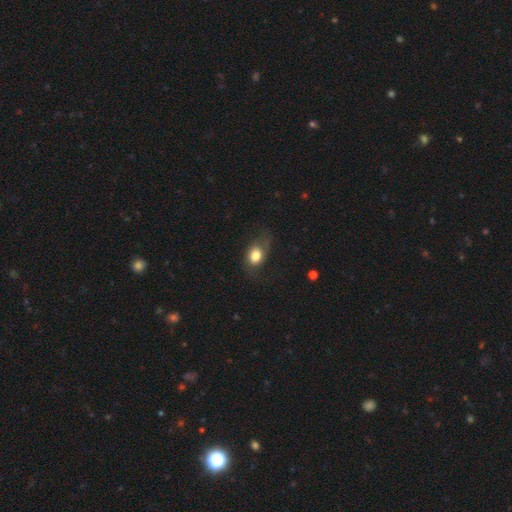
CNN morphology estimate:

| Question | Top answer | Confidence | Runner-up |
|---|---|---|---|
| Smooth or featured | smooth | 74% | featured or disk (18%) |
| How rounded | in between | 70% | round (28%) |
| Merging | none | 54% | minor disturbance (26%) |